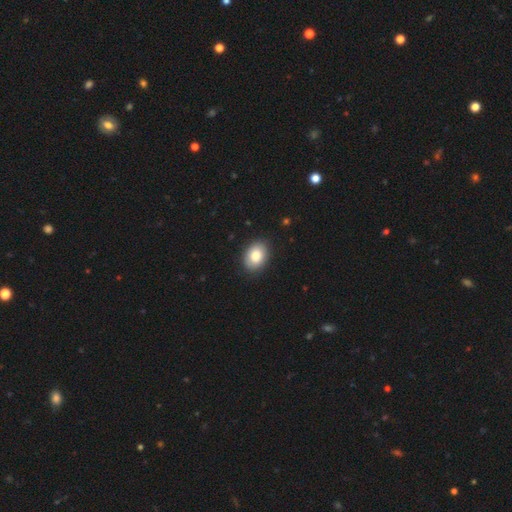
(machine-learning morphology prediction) Q: Smooth or featured?
A: smooth (84%); runner-up: featured or disk (10%)
Q: How rounded?
A: in between (77%); runner-up: round (22%)
Q: Merging?
A: none (88%); runner-up: minor disturbance (9%)